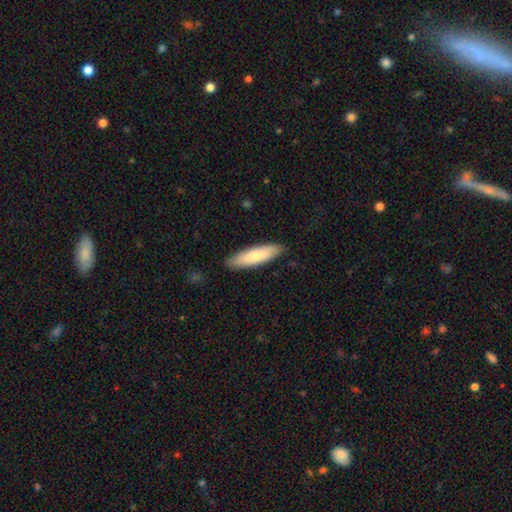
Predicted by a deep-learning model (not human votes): This is likely a smooth galaxy (76%). How rounded: likely cigar-shaped (67%). Merging: clearly none (88%).